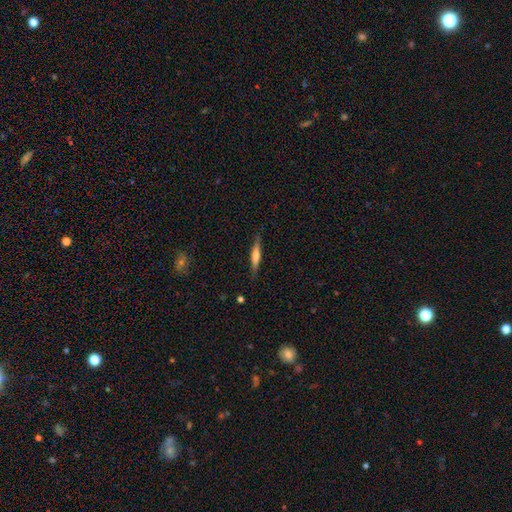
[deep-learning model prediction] This appears to be a featured or disk galaxy (50%). Merging: none (86%).